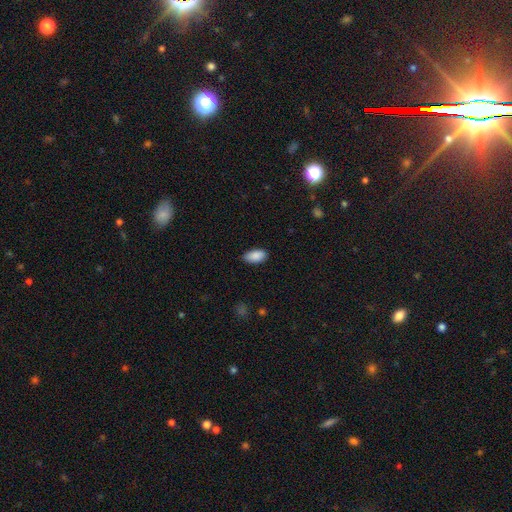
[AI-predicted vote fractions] This is clearly a smooth galaxy (90%). How rounded: clearly in between (94%). Merging: clearly none (86%).